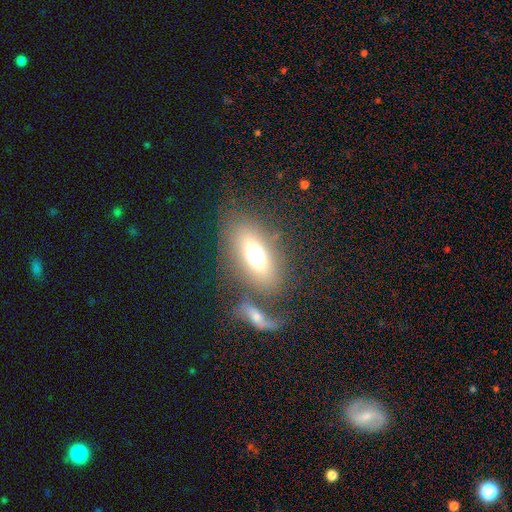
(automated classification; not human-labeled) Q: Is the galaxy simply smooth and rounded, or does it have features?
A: smooth — 54%.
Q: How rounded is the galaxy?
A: in between — 78%.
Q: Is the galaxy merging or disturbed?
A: none — 63%.